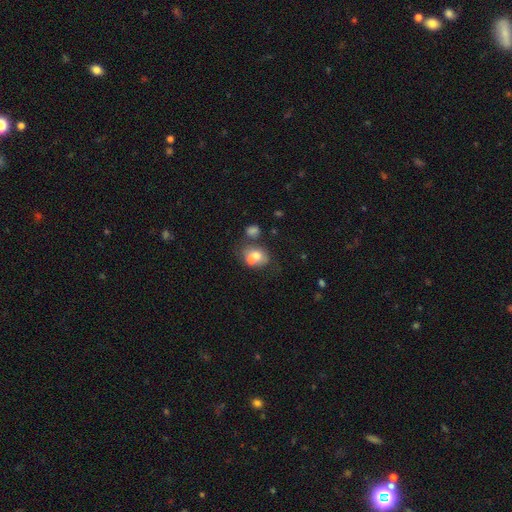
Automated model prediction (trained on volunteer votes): Smooth or featured? Predicted: smooth (p=0.63). How rounded? Predicted: round (p=0.50). Merging? Predicted: merger (p=0.54).